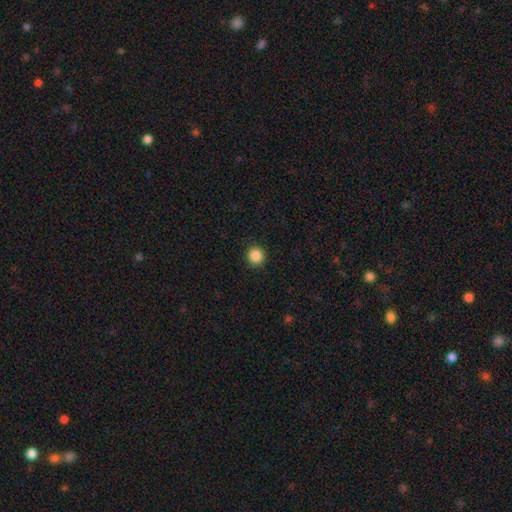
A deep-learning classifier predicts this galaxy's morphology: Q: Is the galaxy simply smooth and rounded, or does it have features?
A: smooth — 87%.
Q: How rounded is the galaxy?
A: round — 94%.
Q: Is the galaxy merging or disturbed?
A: none — 92%.